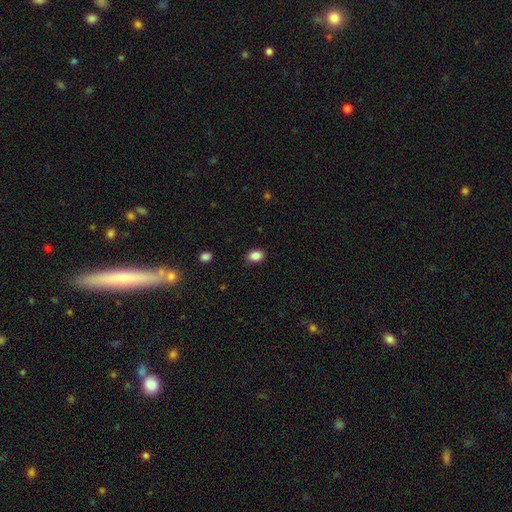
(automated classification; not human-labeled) This is clearly a smooth galaxy (86%). How rounded: likely in between (75%). Merging: clearly none (83%).